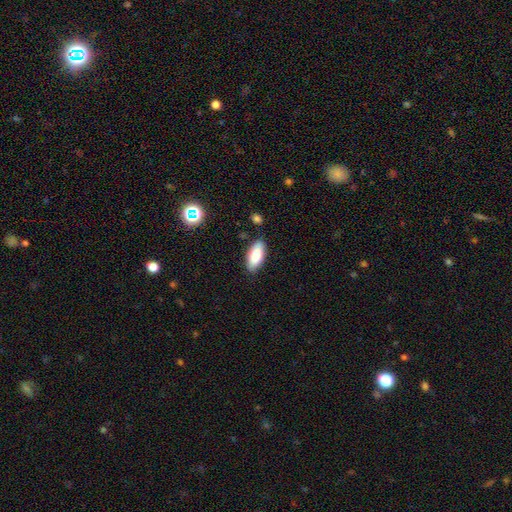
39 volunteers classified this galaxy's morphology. Smooth or featured?
  - smooth: 77% *
  - featured or disk: 18%
  - star or artifact: 5%
How rounded?
  - in between: 80% *
  - cigar-shaped: 20%
  - round: 0%
Merging?
  - none: 84% *
  - minor disturbance: 11%
  - merger: 5%
  - major disturbance: 0%